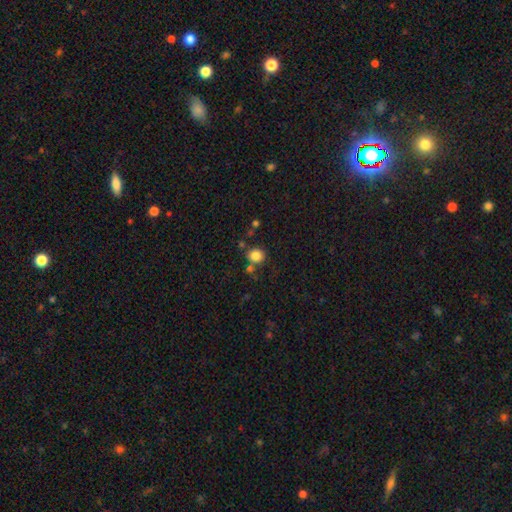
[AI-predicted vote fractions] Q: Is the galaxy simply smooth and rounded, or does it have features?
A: smooth — 83%.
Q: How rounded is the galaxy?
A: round — 85%.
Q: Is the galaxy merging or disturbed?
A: none — 72%.